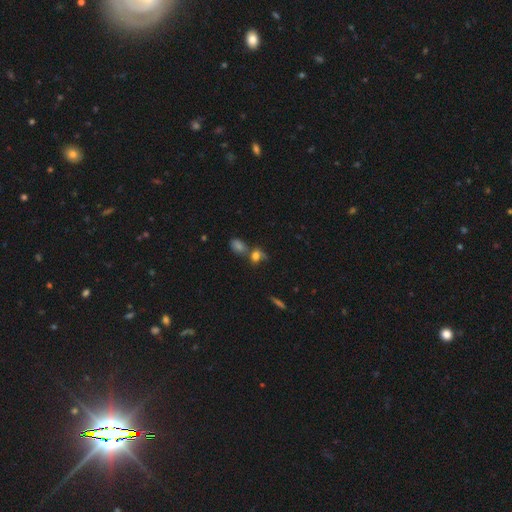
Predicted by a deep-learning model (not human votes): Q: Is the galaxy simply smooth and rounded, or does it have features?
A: smooth — 63%.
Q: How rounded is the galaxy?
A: round — 54%.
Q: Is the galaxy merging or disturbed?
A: none — 39%, tied with merger.